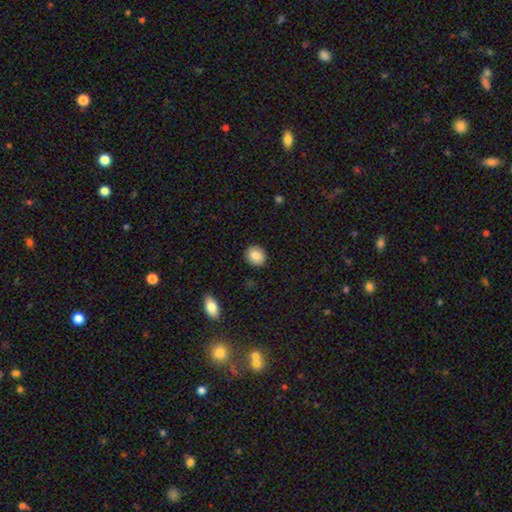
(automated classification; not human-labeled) Smooth or featured: smooth — 85% (star or artifact — 8%)
How rounded: round — 70% (in between — 29%)
Merging: none — 90% (minor disturbance — 7%)